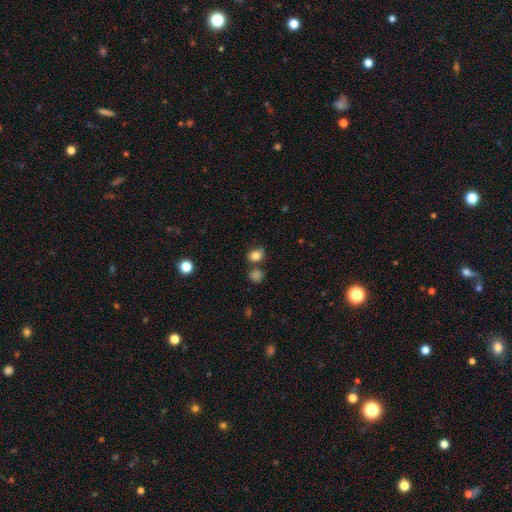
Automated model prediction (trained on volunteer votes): Smooth or featured? Predicted: smooth (p=0.81). How rounded? Predicted: round (p=0.56). Merging? Predicted: none (p=0.61).